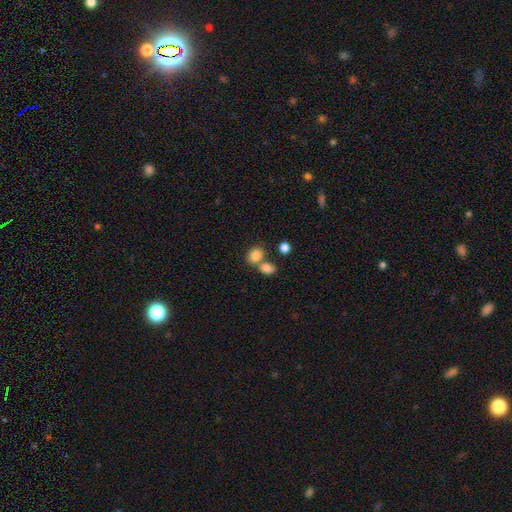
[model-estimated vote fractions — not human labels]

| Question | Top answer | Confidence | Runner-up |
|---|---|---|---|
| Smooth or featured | smooth | 83% | star or artifact (10%) |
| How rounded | in between | 58% | round (41%) |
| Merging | none | 45% | merger (41%) |